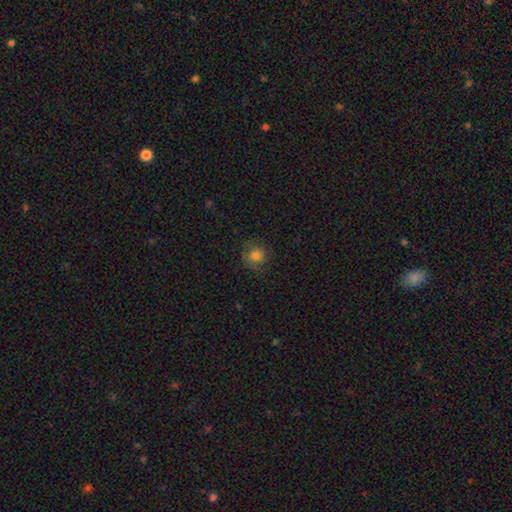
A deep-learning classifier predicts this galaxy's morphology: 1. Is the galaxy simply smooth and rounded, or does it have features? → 76% smooth, 12% featured or disk, 11% star or artifact.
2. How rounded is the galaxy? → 88% round, 11% in between, 1% cigar-shaped.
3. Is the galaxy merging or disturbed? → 75% none, 17% minor disturbance, 7% major disturbance, 1% merger.